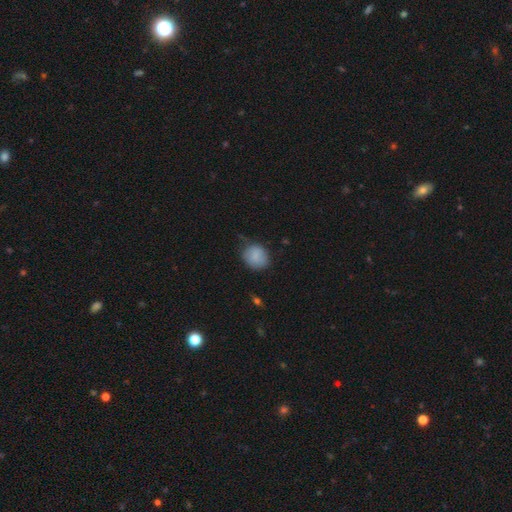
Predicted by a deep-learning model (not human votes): Overall: smooth (83%). How rounded: round (70%). Merging: none (60%; minor disturbance 30%).